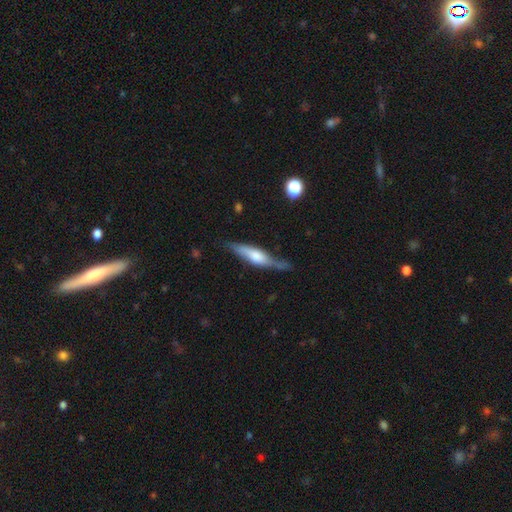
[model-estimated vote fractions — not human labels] Smooth or featured?
  - featured or disk: 64% *
  - smooth: 30%
  - star or artifact: 6%
Edge-on disk?
  - yes: 89% *
  - no: 11%
Edge-on bulge?
  - rounded: 70% *
  - boxy: 24%
  - none: 6%
Merging?
  - none: 70% *
  - minor disturbance: 22%
  - major disturbance: 6%
  - merger: 2%